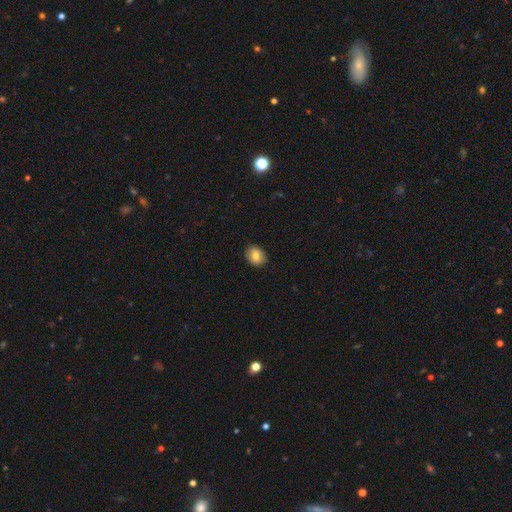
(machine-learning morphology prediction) A smooth galaxy with no disk features (79%) that is round (60%). Merging: none (90%).